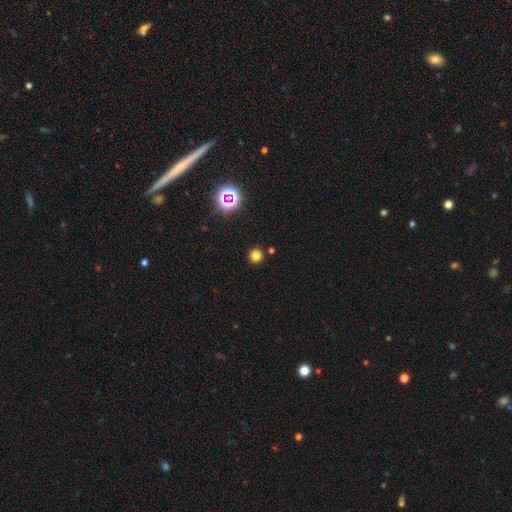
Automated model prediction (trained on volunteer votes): Smooth or featured: smooth — 77% (star or artifact — 18%)
How rounded: round — 94% (in between — 5%)
Merging: none — 89% (minor disturbance — 5%)